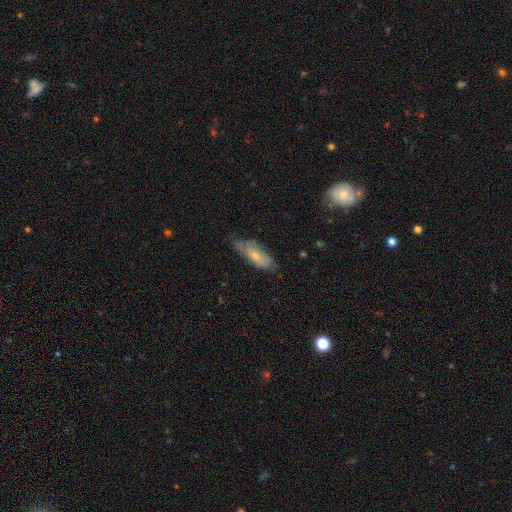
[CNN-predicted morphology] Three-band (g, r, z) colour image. It shows a smooth galaxy with no disk features (55%) that is in between round and cigar-shaped (65%). Merging: none (56%).